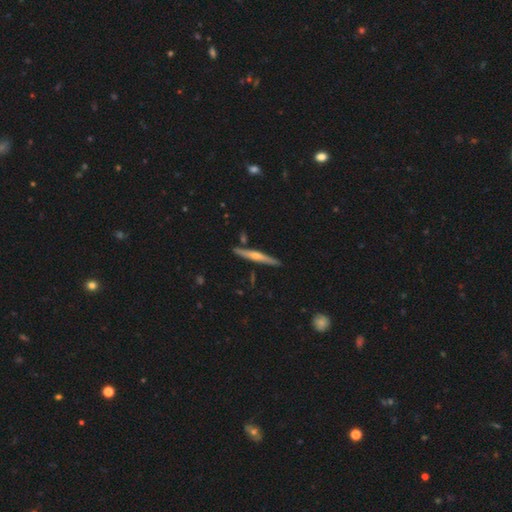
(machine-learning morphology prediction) Smooth or featured? Predicted: featured or disk (p=0.64). Edge-on disk? Predicted: yes (p=0.97). Edge-on bulge? Predicted: rounded (p=0.79). Merging? Predicted: none (p=0.87).